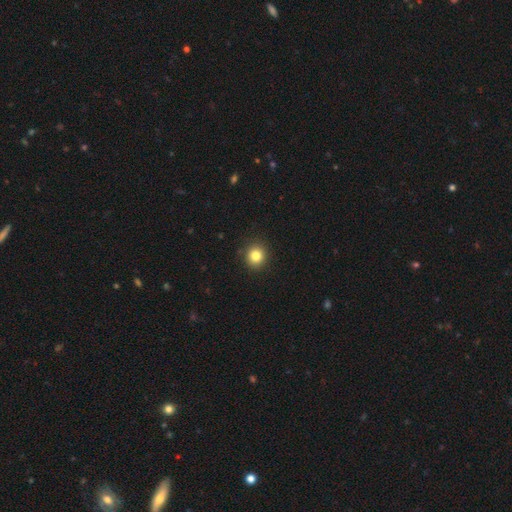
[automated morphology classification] A smooth galaxy with no disk features (82%) that is round (89%).

Vote fractions:
- Smooth or featured? smooth: 82% / star or artifact: 11% / featured or disk: 6%
- How rounded? round: 89% / in between: 10% / cigar-shaped: 1%
- Merging? none: 92% / minor disturbance: 6% / major disturbance: 2% / merger: 1%